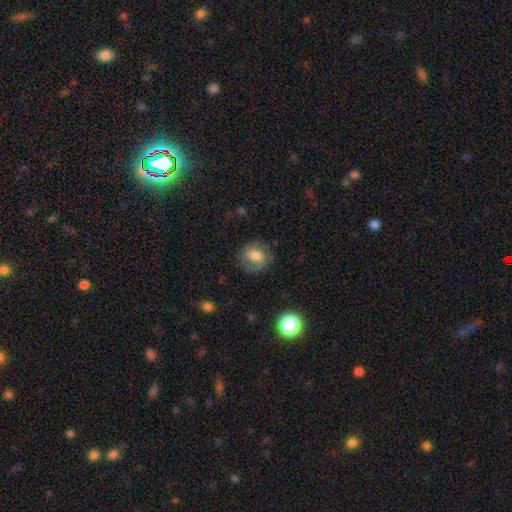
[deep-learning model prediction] Smooth or featured?
  - featured or disk: 46% *
  - smooth: 44%
  - star or artifact: 10%
Merging?
  - none: 71% *
  - minor disturbance: 18%
  - major disturbance: 9%
  - merger: 1%